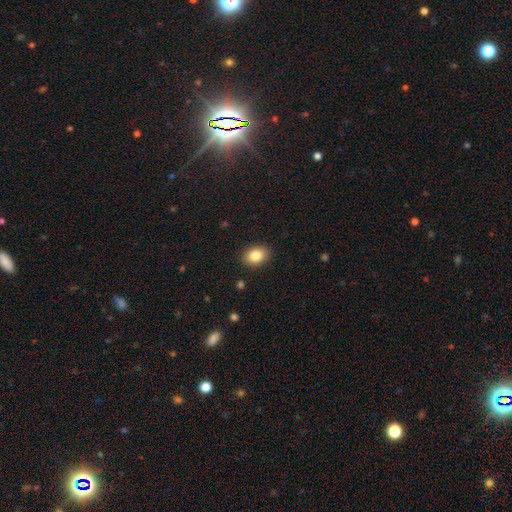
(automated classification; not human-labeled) This appears to be a smooth galaxy with no disk features (84%) that is in between round and cigar-shaped (69%). Merging: none (89%).